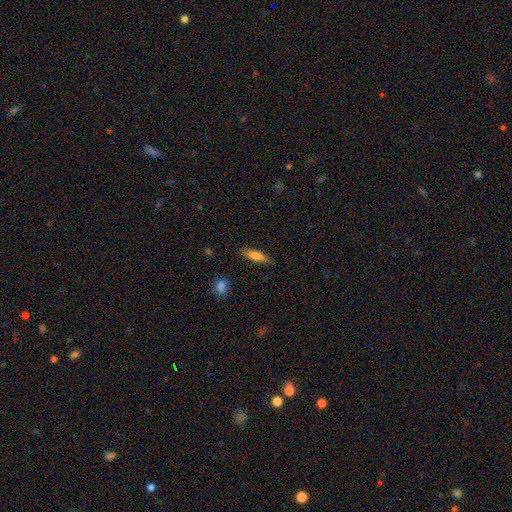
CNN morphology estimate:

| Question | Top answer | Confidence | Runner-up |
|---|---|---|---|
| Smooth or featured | smooth | 71% | featured or disk (22%) |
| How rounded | cigar-shaped | 72% | in between (26%) |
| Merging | none | 84% | minor disturbance (12%) |